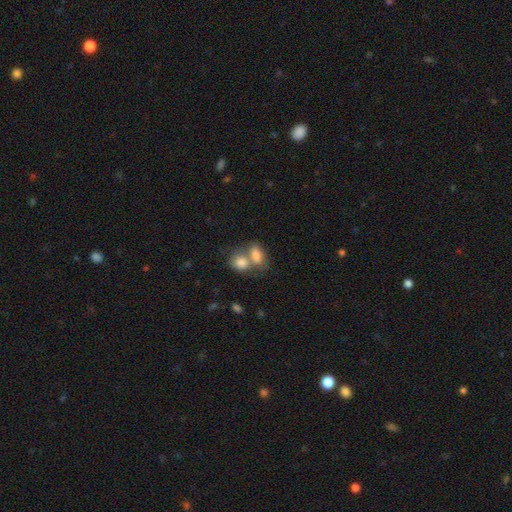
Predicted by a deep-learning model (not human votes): Smooth or featured? smooth (81%)
How rounded? in between (82%)
Merging? merger (63%)